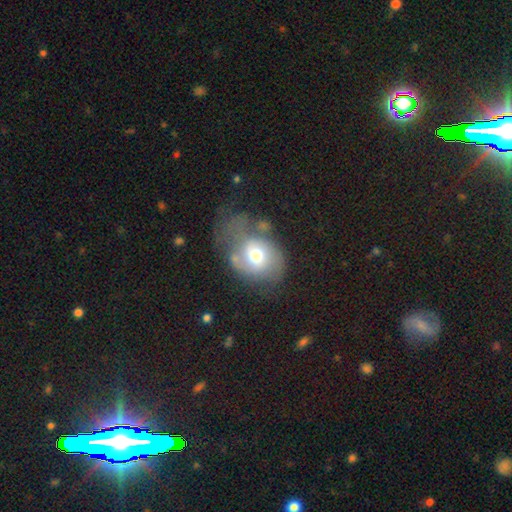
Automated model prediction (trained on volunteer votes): Smooth or featured: smooth — 48% (featured or disk — 43%)
Merging: major disturbance — 37% (none — 28%)